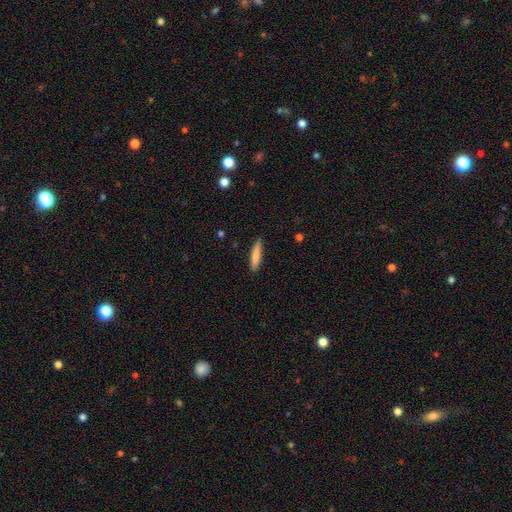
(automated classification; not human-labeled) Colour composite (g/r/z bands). It shows a smooth galaxy with no disk features (82%) that is cigar-shaped (86%). Merging: none (88%).